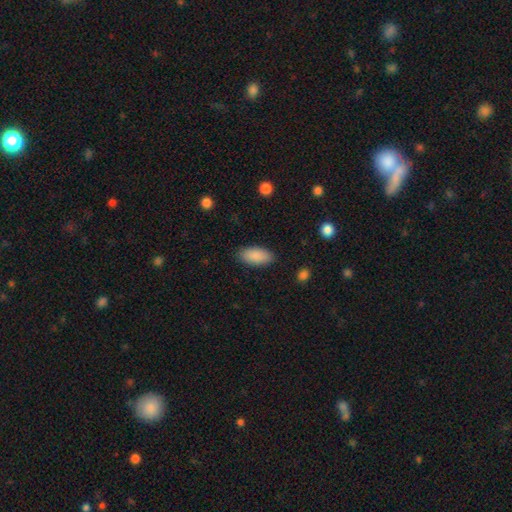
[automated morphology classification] A smooth galaxy with no disk features (90%) that is in between round and cigar-shaped (90%). Merging: none (87%).